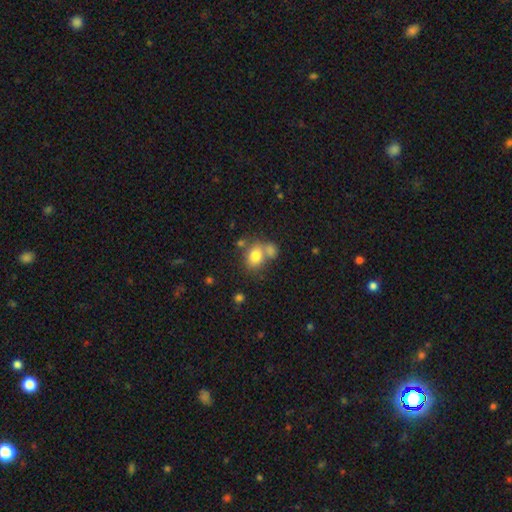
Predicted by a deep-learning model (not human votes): This appears to be a smooth galaxy with no disk features (78%) that is in between round and cigar-shaped (52%). Merging: none (42%).